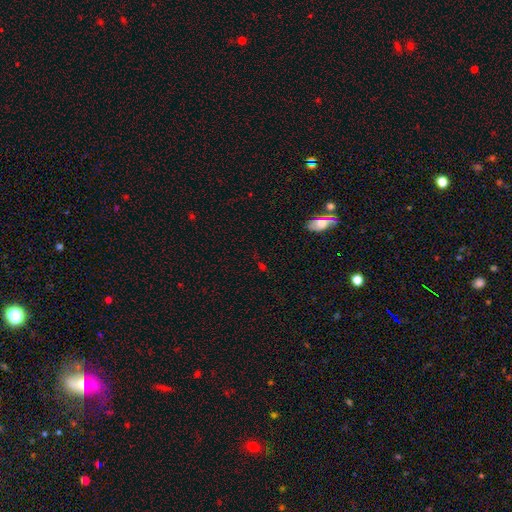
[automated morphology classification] This is possibly a star or artifact rather than a galaxy (56%).